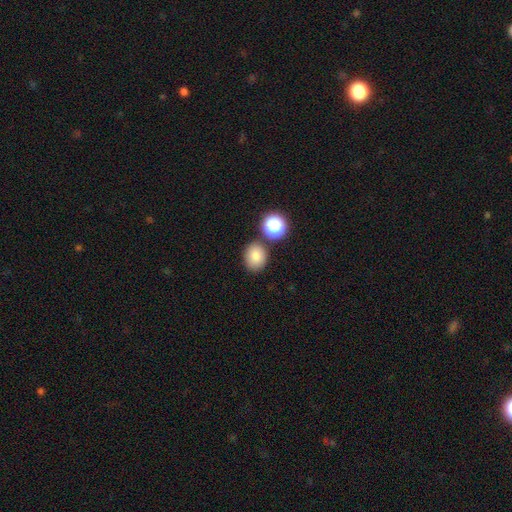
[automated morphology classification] The model was most divided on "how rounded": round: 61%, in between: 38%, cigar-shaped: 1%. More confident: smooth or featured — smooth (81%); merging — none (78%).